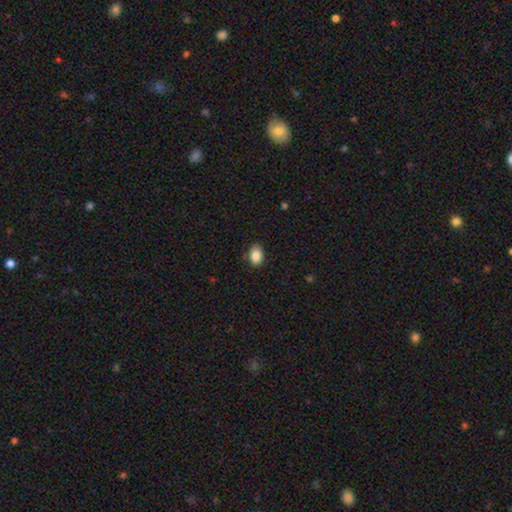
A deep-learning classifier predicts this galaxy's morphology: Overall: smooth (87%). How rounded: in between (81%). Merging: none (85%).